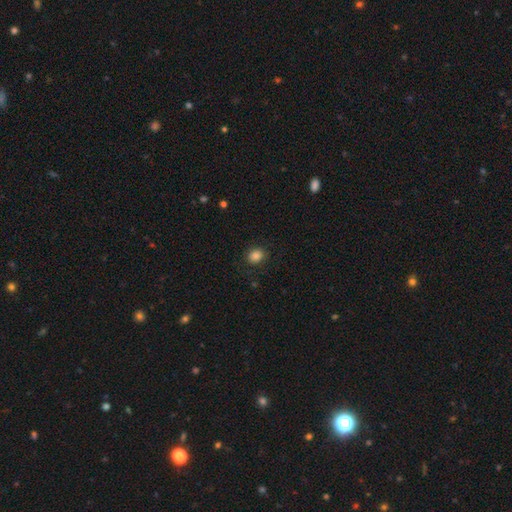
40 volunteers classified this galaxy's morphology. Smooth or featured?
  - smooth: 85% *
  - featured or disk: 8%
  - star or artifact: 8%
How rounded?
  - round: 76% *
  - in between: 24%
  - cigar-shaped: 0%
Merging?
  - none: 92% *
  - minor disturbance: 8%
  - major disturbance: 0%
  - merger: 0%